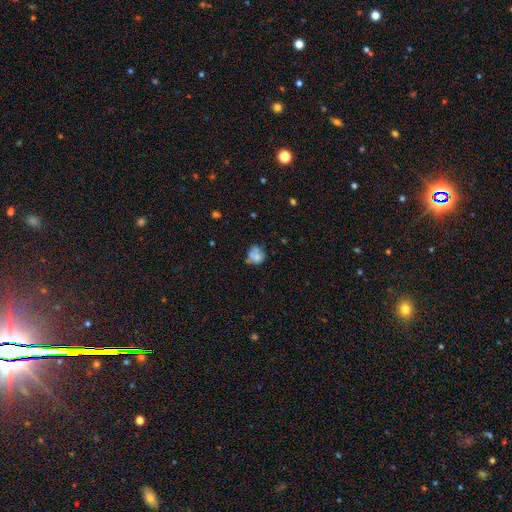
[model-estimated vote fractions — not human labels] A smooth galaxy with no disk features (62%) that is round (66%).

Vote fractions:
- Smooth or featured? smooth: 62% / featured or disk: 27% / star or artifact: 11%
- How rounded? round: 66% / in between: 33% / cigar-shaped: 1%
- Merging? none: 42% / minor disturbance: 26% / merger: 17% / major disturbance: 14%